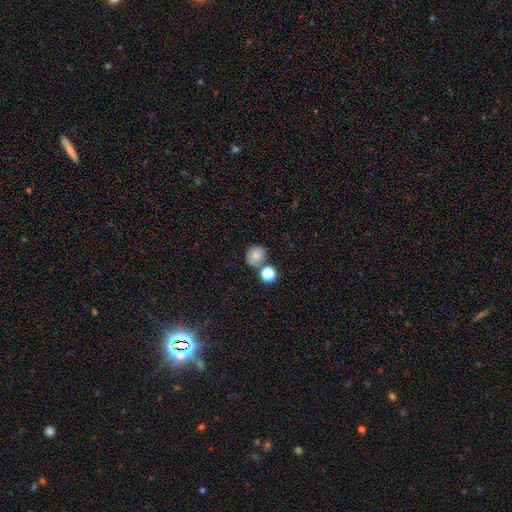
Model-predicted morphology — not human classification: A smooth galaxy with no disk features (75%) that is round (84%). Merging: none (59%).